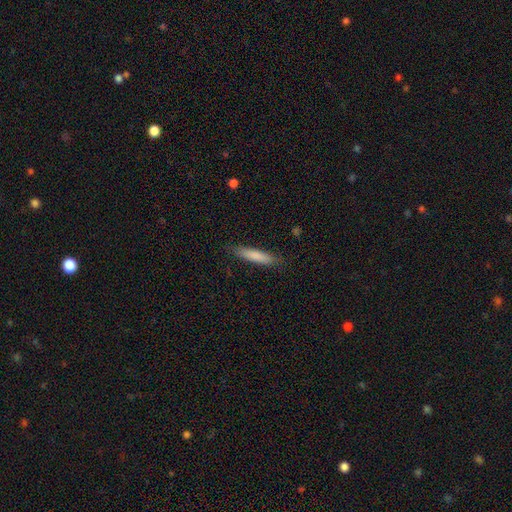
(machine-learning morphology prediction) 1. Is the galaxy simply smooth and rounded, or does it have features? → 81% smooth, 13% featured or disk, 6% star or artifact.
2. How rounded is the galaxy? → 86% cigar-shaped, 13% in between, 1% round.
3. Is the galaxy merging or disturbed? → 85% none, 11% minor disturbance, 2% major disturbance, 1% merger.